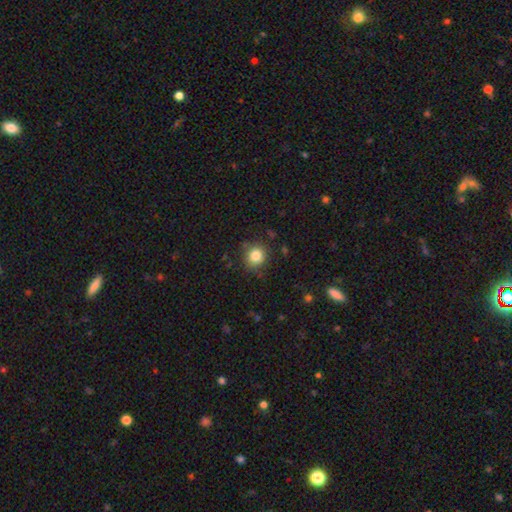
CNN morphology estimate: Smooth or featured?
  - smooth: 83% *
  - star or artifact: 11%
  - featured or disk: 6%
How rounded?
  - round: 87% *
  - in between: 12%
  - cigar-shaped: 1%
Merging?
  - none: 84% *
  - minor disturbance: 10%
  - major disturbance: 3%
  - merger: 2%